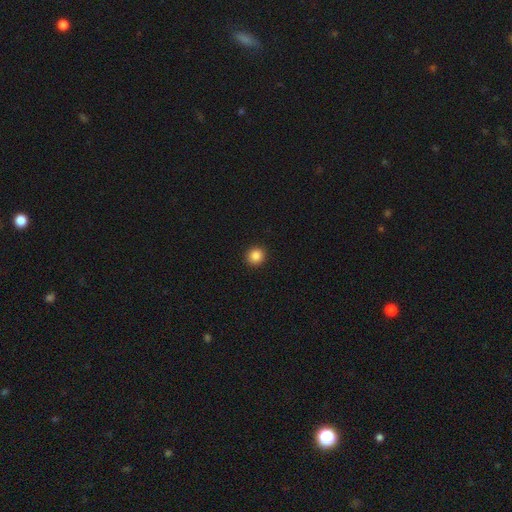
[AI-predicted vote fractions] Morphology: type=smooth (87%); roundness=round (92%); merging=none (93%).